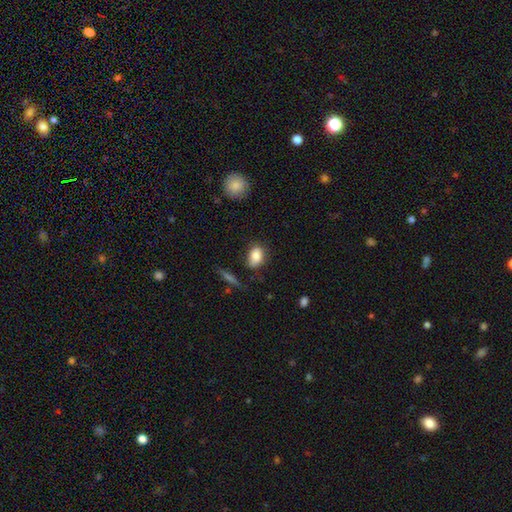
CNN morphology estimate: Overall: smooth (82%). How rounded: in between (79%). Merging: none (68%).